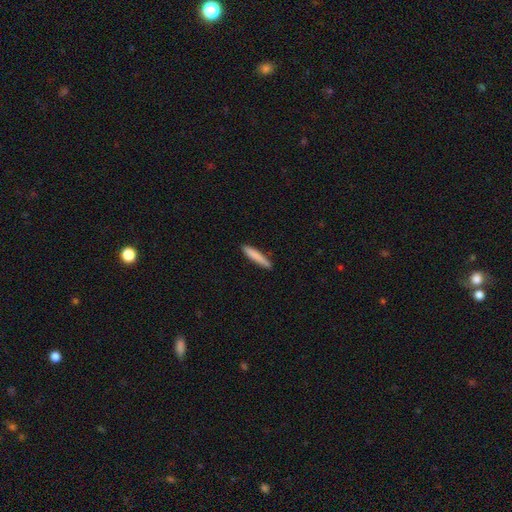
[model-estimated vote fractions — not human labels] Smooth or featured: smooth — 83% (featured or disk — 12%)
How rounded: cigar-shaped — 92% (in between — 7%)
Merging: none — 87% (minor disturbance — 10%)